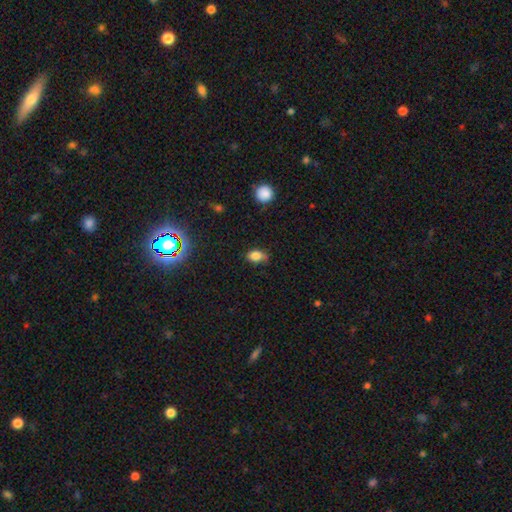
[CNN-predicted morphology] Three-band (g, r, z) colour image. It shows a smooth galaxy with no disk features (81%) that is in between round and cigar-shaped (81%). Merging: none (63%).